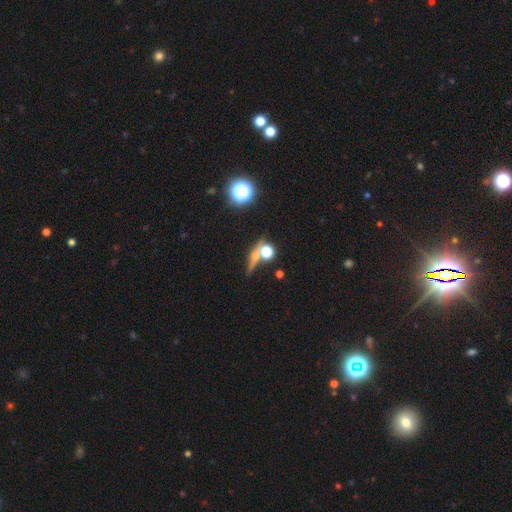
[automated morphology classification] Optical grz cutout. It shows a smooth galaxy with no disk features (43%). Merging: none (60%).